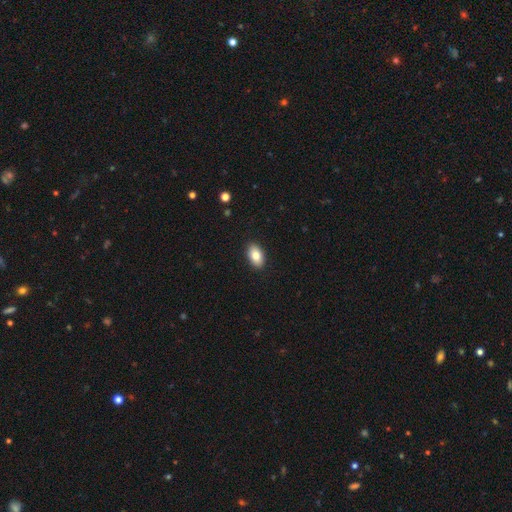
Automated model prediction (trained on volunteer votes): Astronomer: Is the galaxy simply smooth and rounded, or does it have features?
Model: smooth — 83%.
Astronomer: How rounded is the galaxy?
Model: in between — 92%.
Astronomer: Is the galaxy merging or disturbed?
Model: none — 90%.